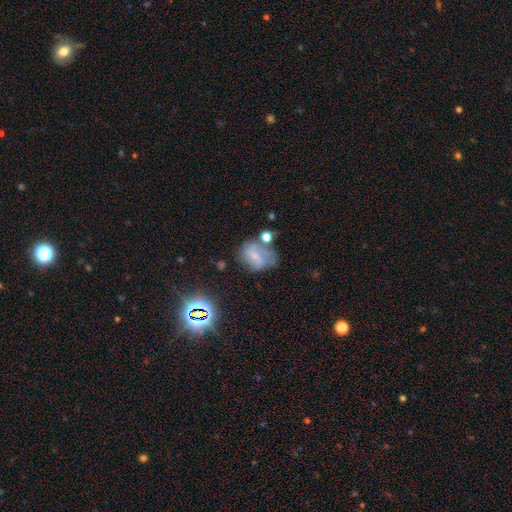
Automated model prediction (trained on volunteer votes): The model was most divided on "smooth or featured": smooth: 44%, featured or disk: 42%, star or artifact: 14%. Remaining: merging — none (34%).